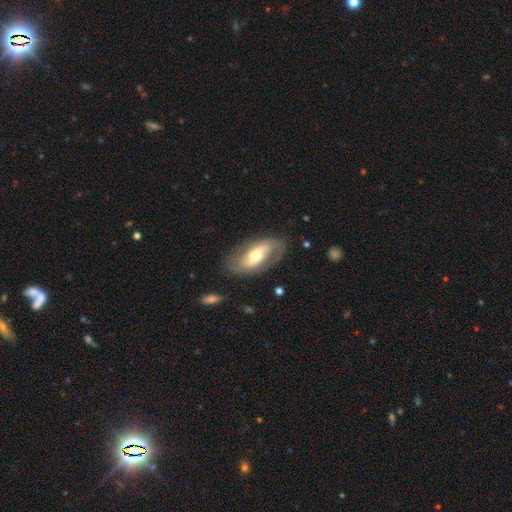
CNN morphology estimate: Smooth or featured? featured or disk (67%)
Edge-on disk? no (91%)
Bar? strong (36%)
Spiral arms? yes (70%)
Bulge size? moderate (65%)
Merging? none (75%)